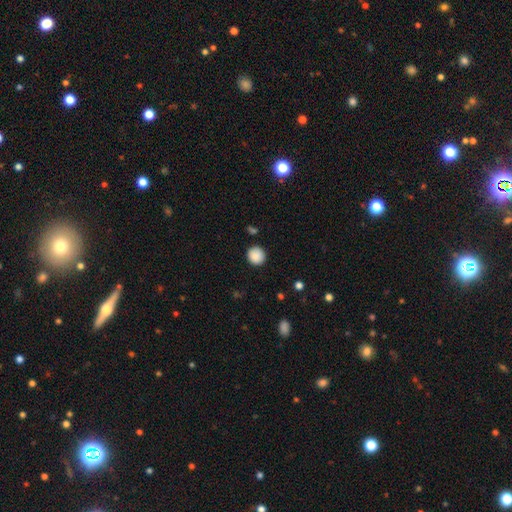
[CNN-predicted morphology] This is clearly a smooth galaxy (88%). How rounded: clearly round (90%). Merging: clearly none (88%).